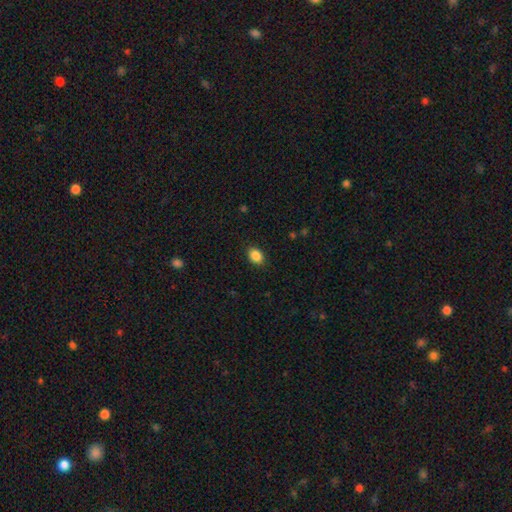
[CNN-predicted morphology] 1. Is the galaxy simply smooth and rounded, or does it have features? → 87% smooth, 9% star or artifact, 4% featured or disk.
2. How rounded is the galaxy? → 68% in between, 31% round, 1% cigar-shaped.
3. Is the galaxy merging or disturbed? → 88% none, 9% minor disturbance, 2% major disturbance, 1% merger.